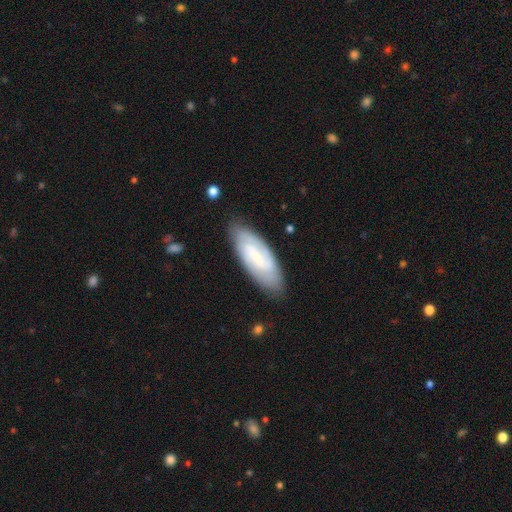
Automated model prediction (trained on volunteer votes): Smooth or featured? Predicted: featured or disk (p=0.61). Edge-on disk? Predicted: no (p=0.90). Bar? Predicted: weak (p=0.47). Spiral arms? Predicted: yes (p=0.87). Bulge size? Predicted: small (p=0.55). Merging? Predicted: none (p=0.81).